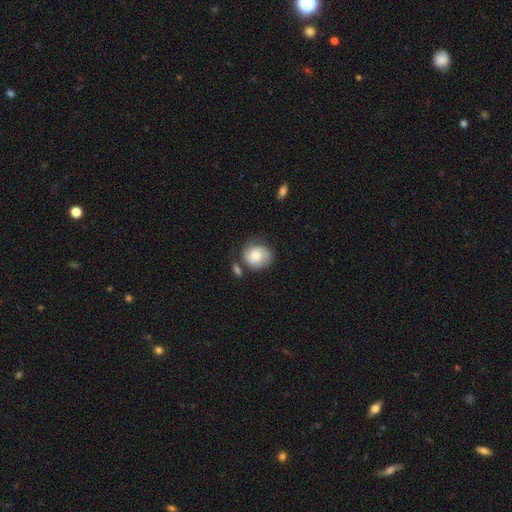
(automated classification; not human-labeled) Morphology: type=smooth (64%); roundness=round (76%); merging=none (57%).